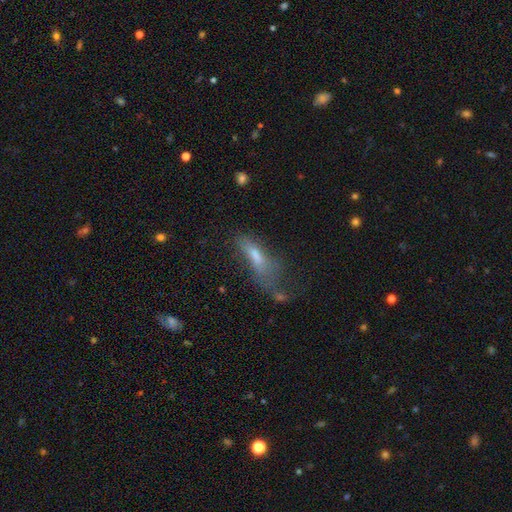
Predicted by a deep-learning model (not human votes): This appears to be a smooth galaxy with no disk features (55%) that is cigar-shaped (55%). Merging: major disturbance (40%).